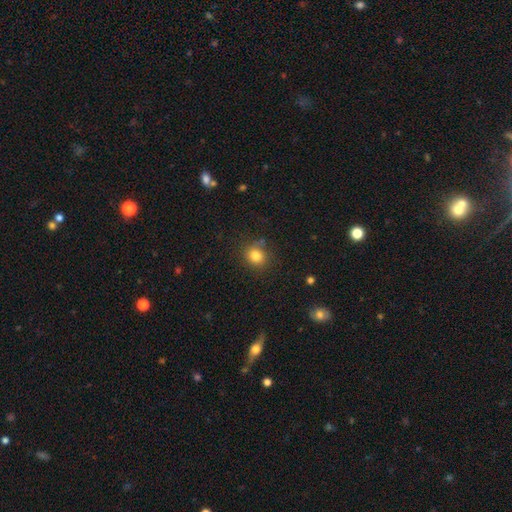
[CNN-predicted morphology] Overall: smooth (82%). How rounded: round (79%). Merging: none (79%).